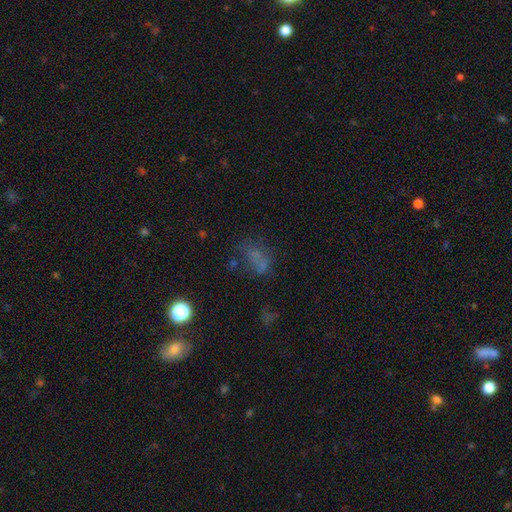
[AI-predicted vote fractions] A smooth galaxy with no disk features (52%) that is in between round and cigar-shaped (74%). Merging: none (45%).